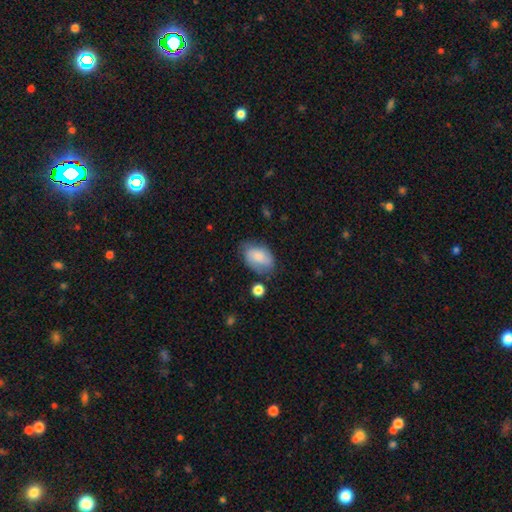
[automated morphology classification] type=smooth (74%); roundness=in between (87%); merging=none (63%).